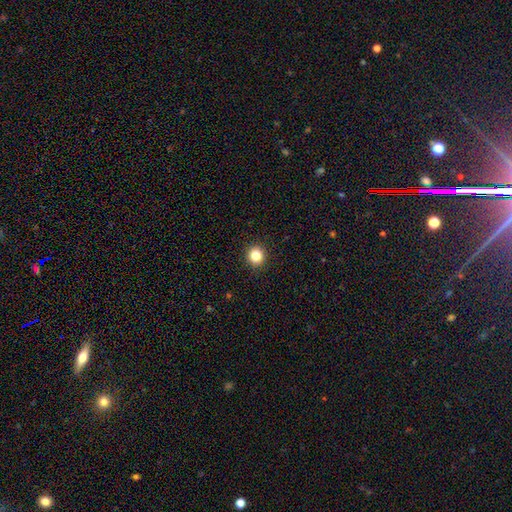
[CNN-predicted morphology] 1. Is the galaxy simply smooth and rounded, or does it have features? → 83% smooth, 12% star or artifact, 5% featured or disk.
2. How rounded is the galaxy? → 91% round, 8% in between, 1% cigar-shaped.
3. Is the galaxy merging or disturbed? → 93% none, 5% minor disturbance, 2% major disturbance, 1% merger.